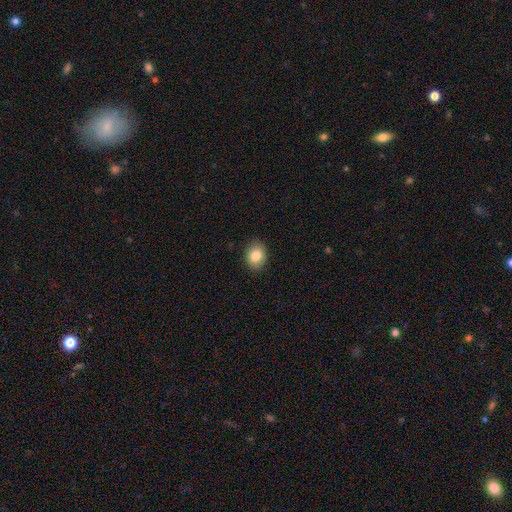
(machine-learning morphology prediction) This is clearly a smooth galaxy (84%). How rounded: possibly in between (54%). Merging: clearly none (89%).